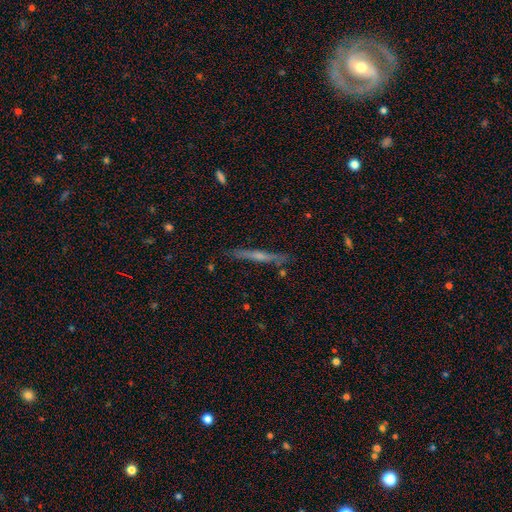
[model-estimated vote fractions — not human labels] smooth_or_featured: featured or disk (p=0.71) [alt: smooth p=0.20]
disk_edge_on: yes (p=0.97) [alt: no p=0.03]
edge_on_bulge: rounded (p=0.69) [alt: none p=0.24]
merging: none (p=0.87) [alt: minor disturbance p=0.09]